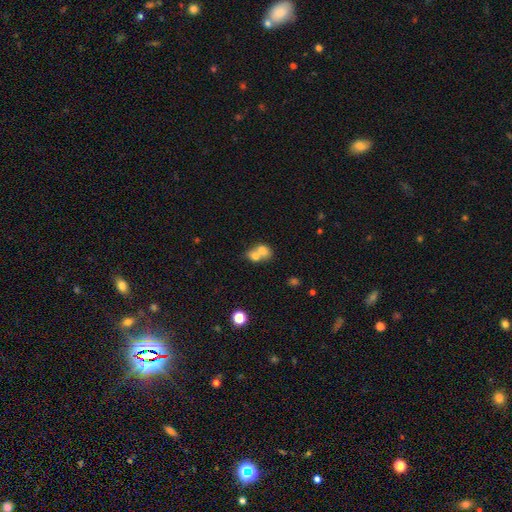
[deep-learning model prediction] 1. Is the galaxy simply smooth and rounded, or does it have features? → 71% smooth, 19% featured or disk, 10% star or artifact.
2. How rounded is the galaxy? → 54% in between, 44% round, 1% cigar-shaped.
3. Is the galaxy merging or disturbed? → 71% merger, 20% none, 6% minor disturbance, 3% major disturbance.